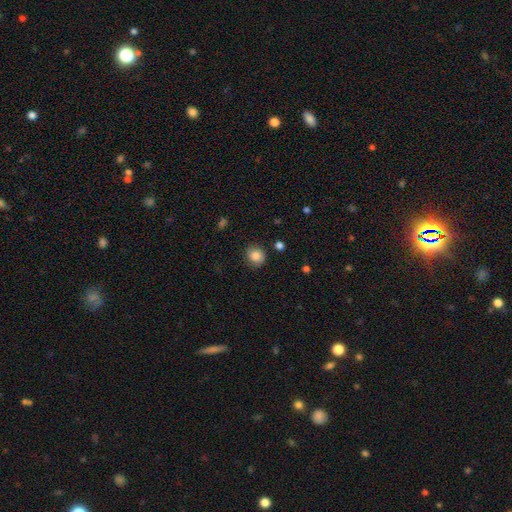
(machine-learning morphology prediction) smooth 85%, star or artifact 9%, featured or disk 6%. Down the decision tree: how rounded — round (82%); merging — none (83%).